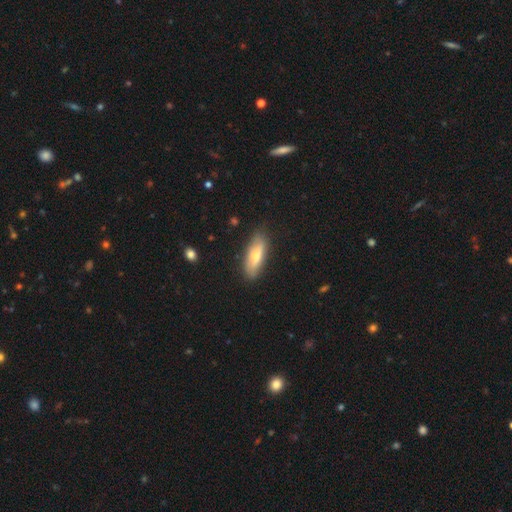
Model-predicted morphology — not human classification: Smooth or featured?
  - smooth: 72% *
  - featured or disk: 22%
  - star or artifact: 6%
How rounded?
  - in between: 65% *
  - cigar-shaped: 33%
  - round: 2%
Merging?
  - none: 80% *
  - minor disturbance: 15%
  - major disturbance: 3%
  - merger: 2%